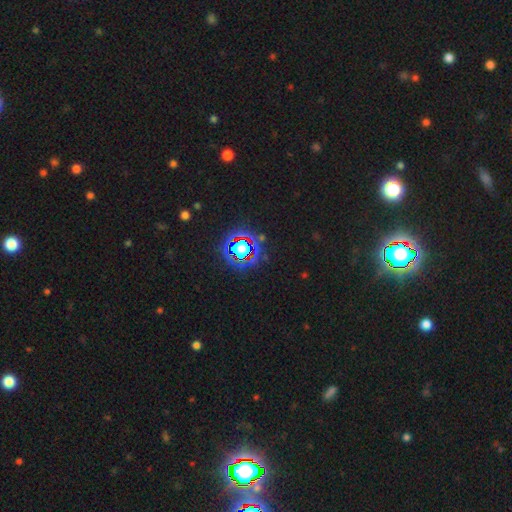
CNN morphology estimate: A star or artifact, not a galaxy (81%).

Vote fractions:
- Smooth or featured? star or artifact: 81% / smooth: 11% / featured or disk: 8%